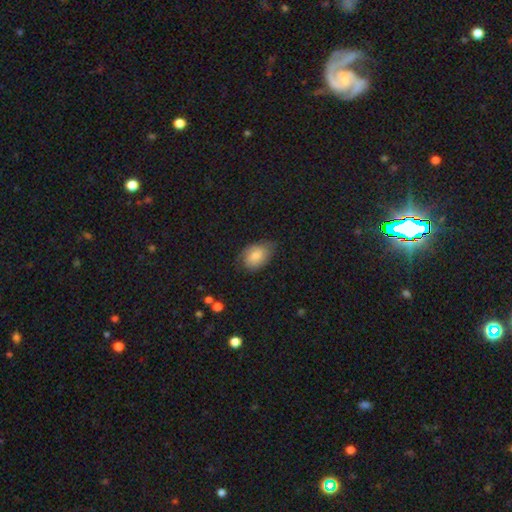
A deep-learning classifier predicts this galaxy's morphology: smooth_or_featured: smooth (p=0.72) [alt: featured or disk p=0.20]
how_rounded: in between (p=0.84) [alt: round p=0.15]
merging: none (p=0.61) [alt: minor disturbance p=0.30]